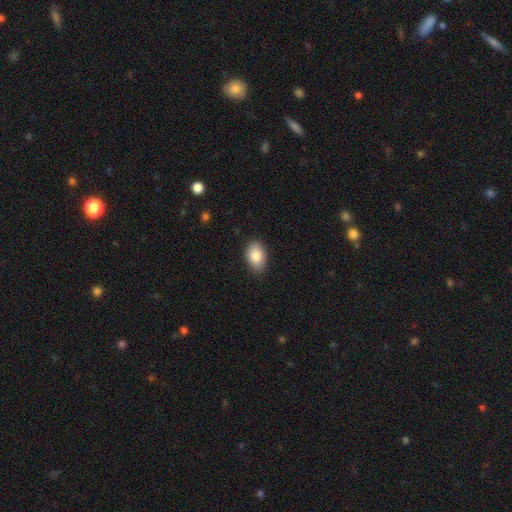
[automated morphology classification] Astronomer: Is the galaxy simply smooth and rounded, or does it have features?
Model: smooth — 86%.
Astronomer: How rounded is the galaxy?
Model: in between — 90%.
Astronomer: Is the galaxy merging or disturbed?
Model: none — 85%.